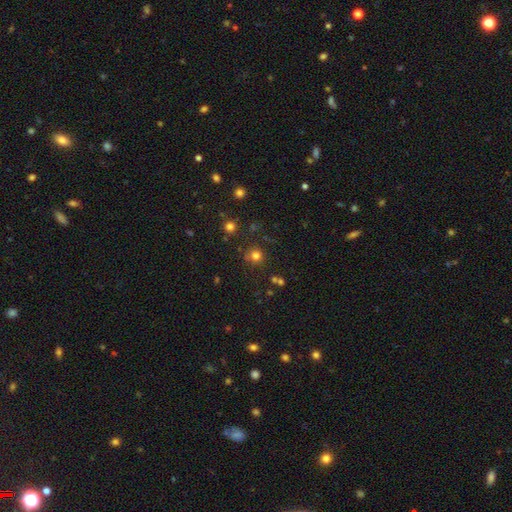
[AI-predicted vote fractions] Overall: smooth (75%). How rounded: round (91%). Merging: none (79%).